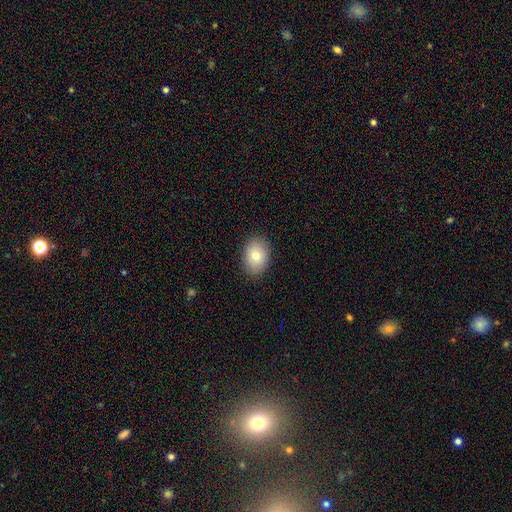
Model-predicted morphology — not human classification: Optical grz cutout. It shows a smooth galaxy with no disk features (78%) that is in between round and cigar-shaped (75%). Merging: none (88%).